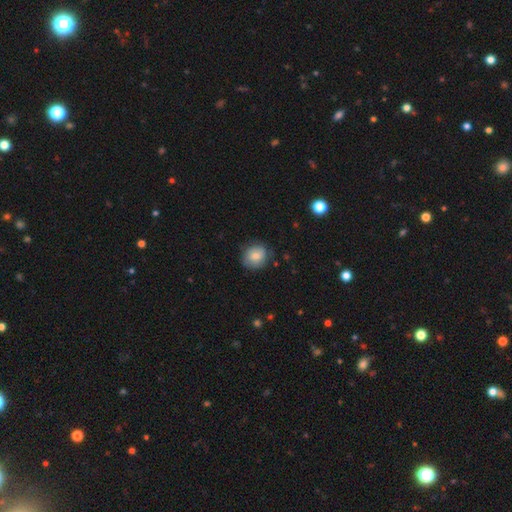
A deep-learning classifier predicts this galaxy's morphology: Smooth or featured: smooth — 75% (featured or disk — 17%)
How rounded: round — 73% (in between — 26%)
Merging: none — 77% (minor disturbance — 18%)